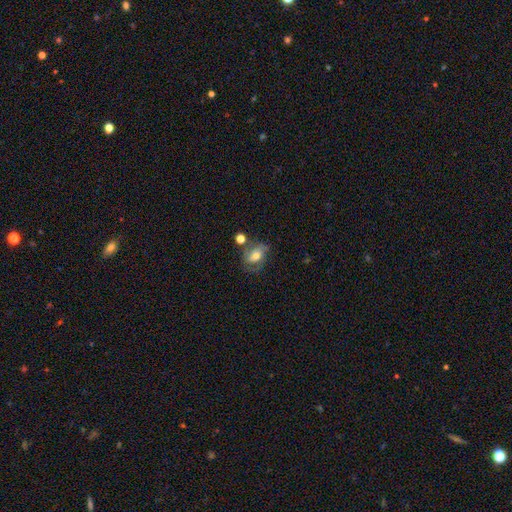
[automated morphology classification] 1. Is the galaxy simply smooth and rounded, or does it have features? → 50% featured or disk, 40% smooth, 10% star or artifact.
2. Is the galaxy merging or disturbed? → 51% none, 23% minor disturbance, 15% major disturbance, 12% merger.